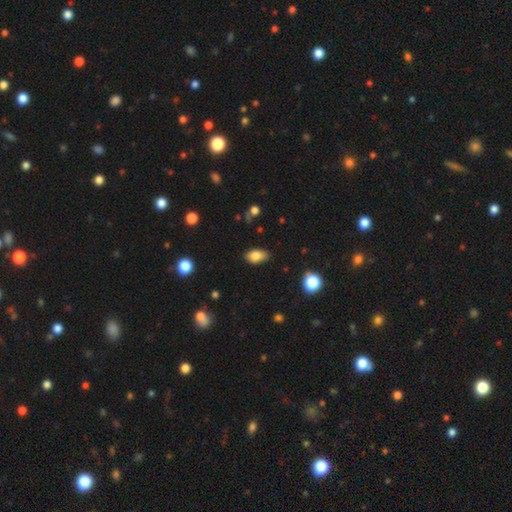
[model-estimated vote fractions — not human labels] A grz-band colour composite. It shows a smooth galaxy with no disk features (84%) that is in between round and cigar-shaped (90%). Merging: none (76%).